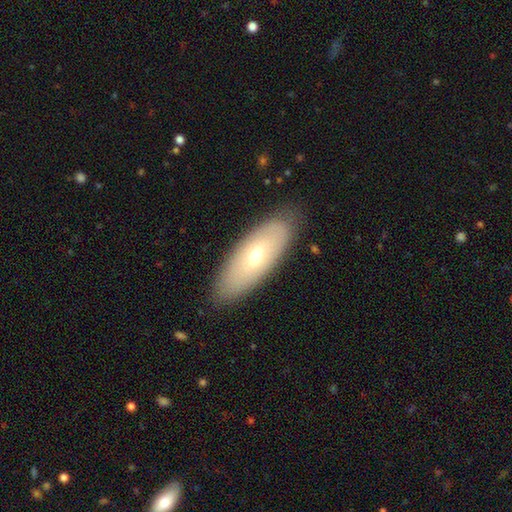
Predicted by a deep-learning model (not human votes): This appears to be a smooth galaxy with no disk features (52%) that is in between round and cigar-shaped (75%). Merging: none (86%).